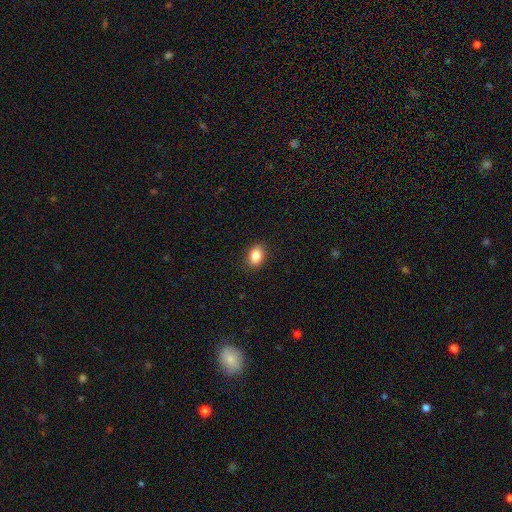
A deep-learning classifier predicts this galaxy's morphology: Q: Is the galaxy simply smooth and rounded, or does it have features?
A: smooth — 86%.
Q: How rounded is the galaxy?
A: in between — 71%.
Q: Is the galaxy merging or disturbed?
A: none — 89%.